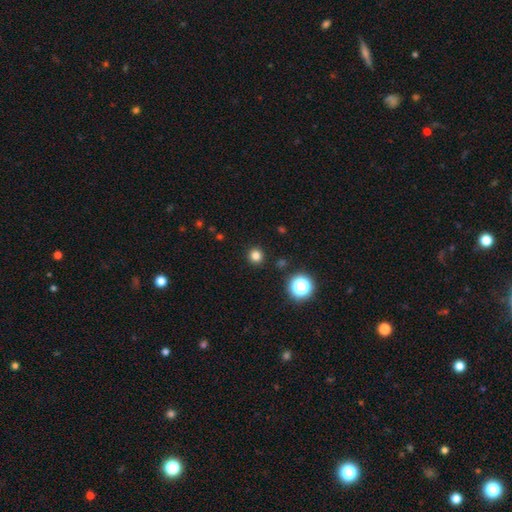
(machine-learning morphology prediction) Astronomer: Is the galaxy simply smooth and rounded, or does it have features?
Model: smooth — 80%.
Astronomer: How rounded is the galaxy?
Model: round — 94%.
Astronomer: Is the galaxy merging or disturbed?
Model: none — 92%.